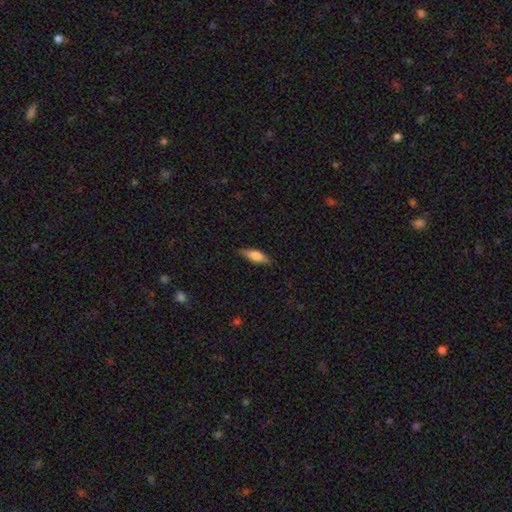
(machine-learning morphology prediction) A smooth galaxy with no disk features (73%) that is in between round and cigar-shaped (54%).

Vote fractions:
- Smooth or featured? smooth: 73% / featured or disk: 21% / star or artifact: 6%
- How rounded? in between: 54% / cigar-shaped: 44% / round: 2%
- Merging? none: 85% / minor disturbance: 12% / major disturbance: 2% / merger: 1%